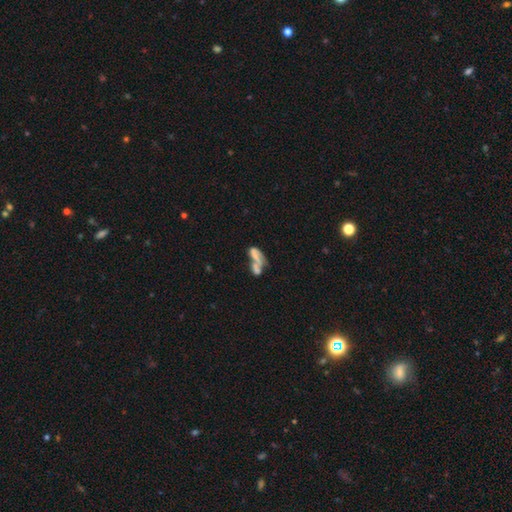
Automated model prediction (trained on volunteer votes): This appears to be a smooth galaxy with no disk features (47%). Merging: merger (62%).